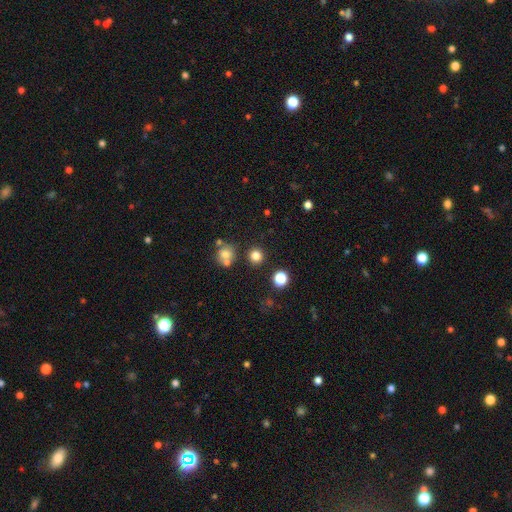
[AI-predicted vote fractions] This is likely a smooth galaxy (77%). How rounded: clearly round (92%). Merging: likely none (80%).